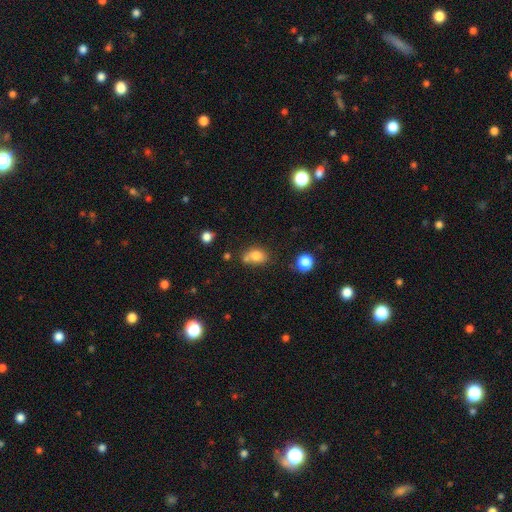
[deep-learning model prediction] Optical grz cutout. It shows a smooth galaxy with no disk features (78%) that is in between round and cigar-shaped (65%). Merging: none (49%).